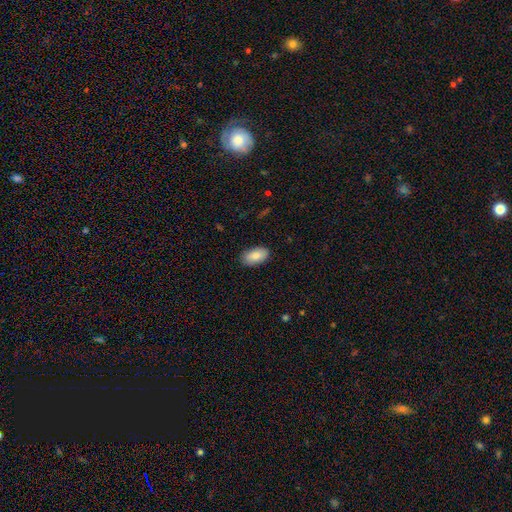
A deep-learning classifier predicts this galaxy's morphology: This is clearly a smooth galaxy (86%). How rounded: clearly in between (94%). Merging: clearly none (87%).